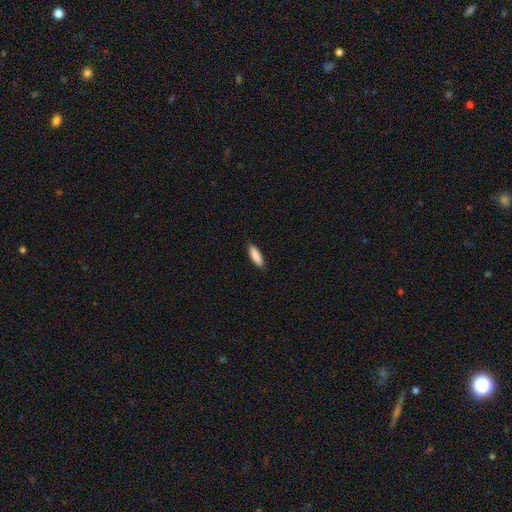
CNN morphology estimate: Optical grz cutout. It shows a smooth galaxy with no disk features (88%) that is cigar-shaped (54%). Merging: none (89%).